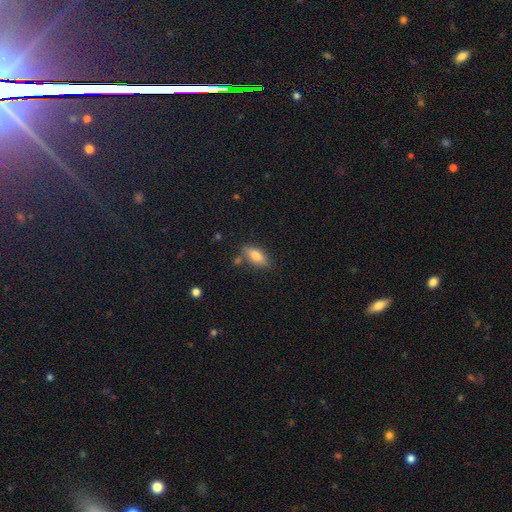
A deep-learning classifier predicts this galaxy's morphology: Smooth or featured? Predicted: smooth (p=0.74). How rounded? Predicted: in between (p=0.78). Merging? Predicted: none (p=0.71).